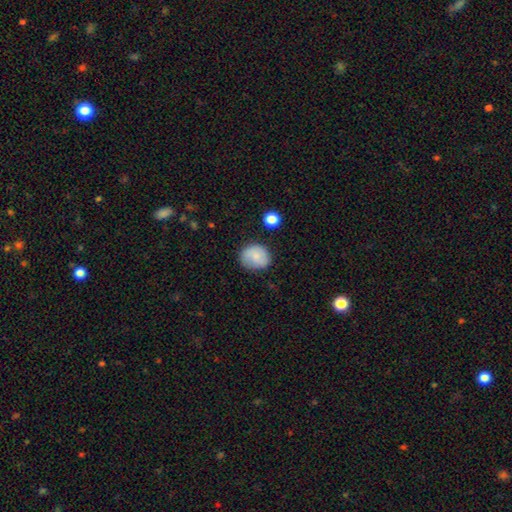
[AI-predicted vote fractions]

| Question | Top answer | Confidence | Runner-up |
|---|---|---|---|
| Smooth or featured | smooth | 77% | featured or disk (15%) |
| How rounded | round | 70% | in between (29%) |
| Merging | none | 72% | minor disturbance (21%) |